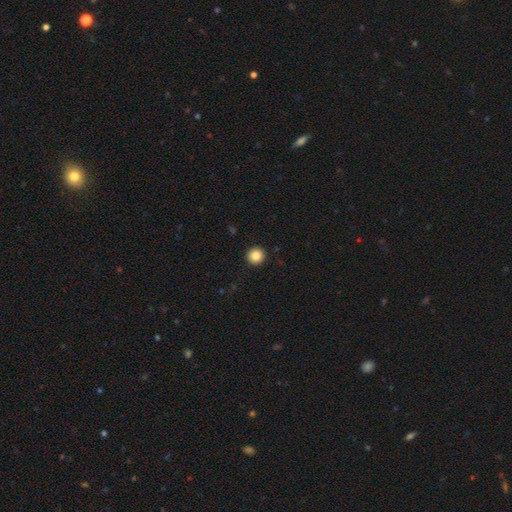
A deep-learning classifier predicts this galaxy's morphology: Smooth or featured? Predicted: smooth (p=0.85). How rounded? Predicted: round (p=0.95). Merging? Predicted: none (p=0.94).